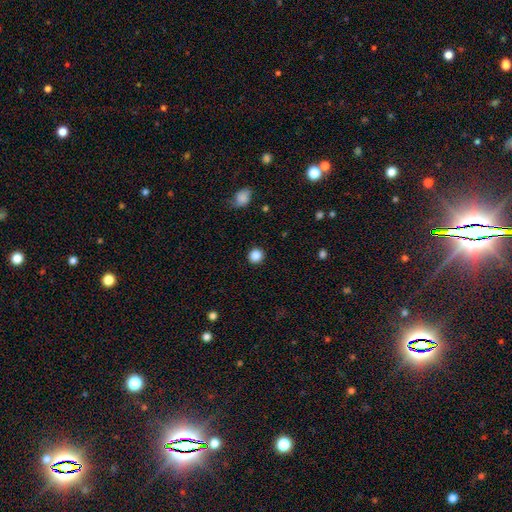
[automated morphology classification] A smooth galaxy with no disk features (87%) that is round (90%). Merging: none (91%).